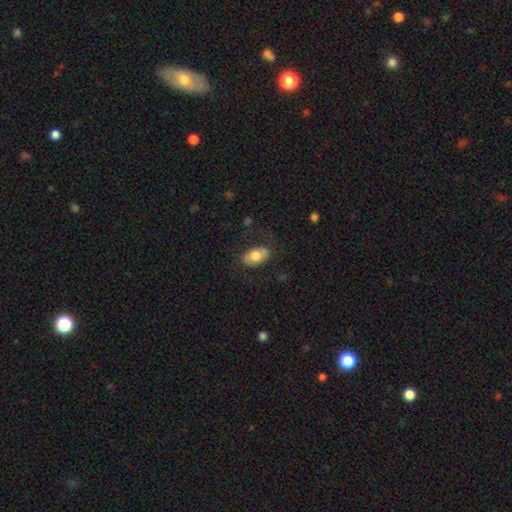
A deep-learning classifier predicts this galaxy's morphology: Smooth or featured? Predicted: smooth (p=0.70). How rounded? Predicted: in between (p=0.91). Merging? Predicted: none (p=0.73).